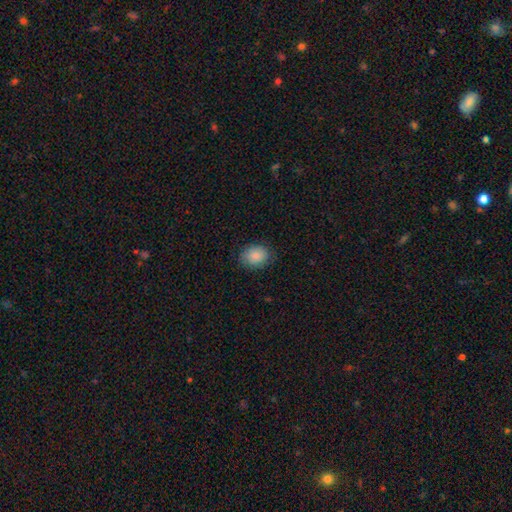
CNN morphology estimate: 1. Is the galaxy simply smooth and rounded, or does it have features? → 88% smooth, 7% star or artifact, 4% featured or disk.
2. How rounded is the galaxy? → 53% in between, 47% round, 1% cigar-shaped.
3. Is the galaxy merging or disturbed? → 83% none, 13% minor disturbance, 3% major disturbance, 1% merger.